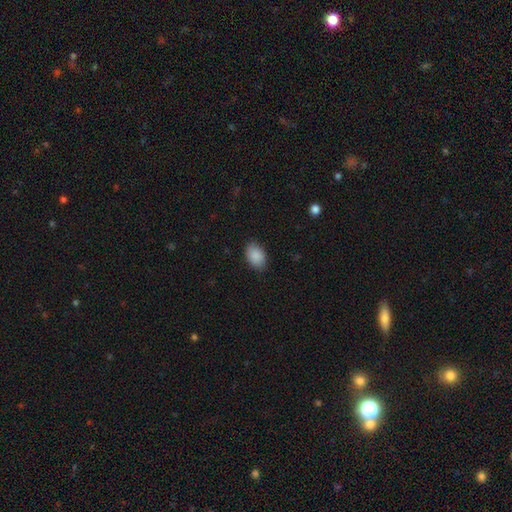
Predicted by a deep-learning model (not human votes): smooth_or_featured: smooth (p=0.90) [alt: star or artifact p=0.07]
how_rounded: in between (p=0.87) [alt: round p=0.12]
merging: none (p=0.86) [alt: minor disturbance p=0.11]